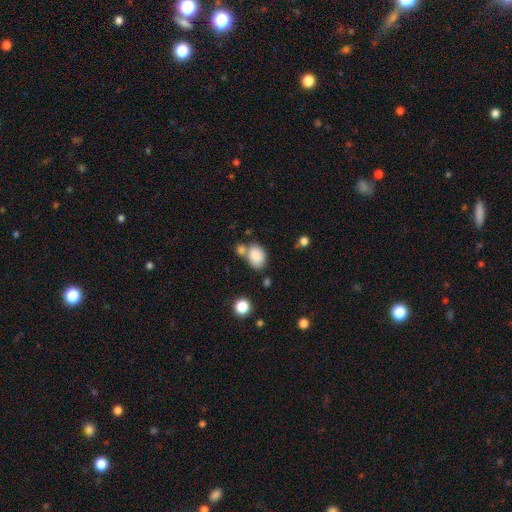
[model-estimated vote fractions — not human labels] A smooth galaxy with no disk features (84%) that is in between round and cigar-shaped (77%).

Vote fractions:
- Smooth or featured? smooth: 84% / star or artifact: 8% / featured or disk: 8%
- How rounded? in between: 77% / round: 22% / cigar-shaped: 1%
- Merging? none: 54% / merger: 27% / minor disturbance: 15% / major disturbance: 5%